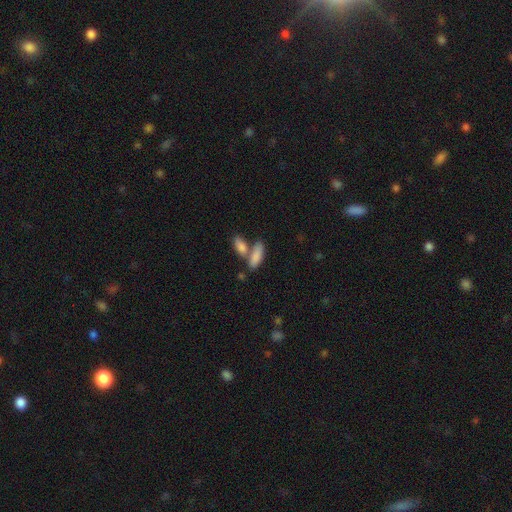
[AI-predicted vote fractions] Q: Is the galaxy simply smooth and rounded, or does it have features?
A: smooth — 85%.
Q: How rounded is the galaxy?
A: in between — 73%.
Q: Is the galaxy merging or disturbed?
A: none — 44%.